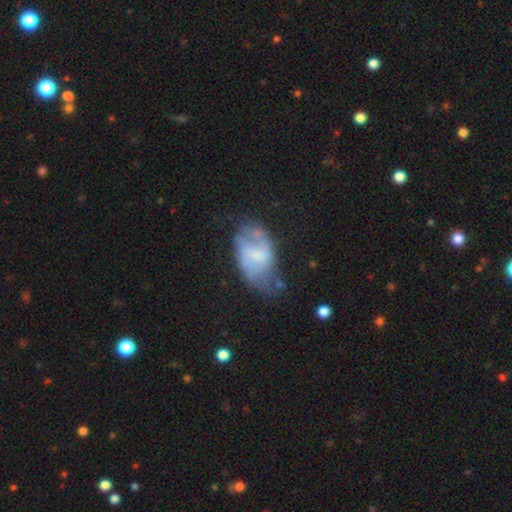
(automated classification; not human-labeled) Morphology: type=featured or disk (58%); edge-on=no (96%); bar=weak (44%); spiral arms=yes (62%); bulge=none (40%); merging=none (40%).